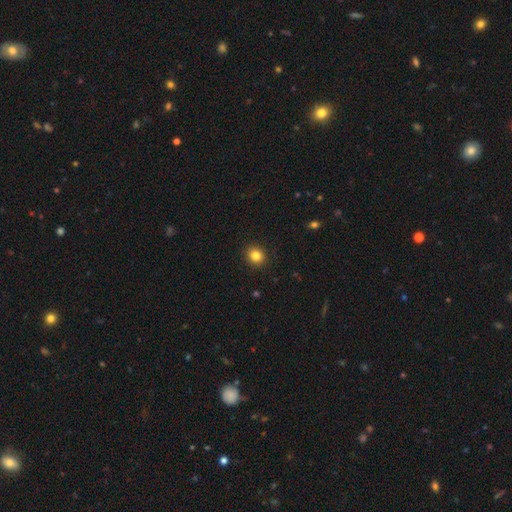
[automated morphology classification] Smooth or featured: smooth — 83% (star or artifact — 11%)
How rounded: round — 81% (in between — 18%)
Merging: none — 92% (minor disturbance — 5%)